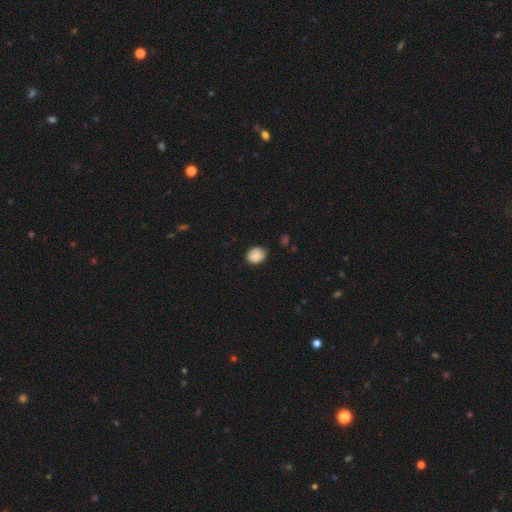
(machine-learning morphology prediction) This is clearly a smooth galaxy (85%). How rounded: possibly round (53%). Merging: likely none (68%).